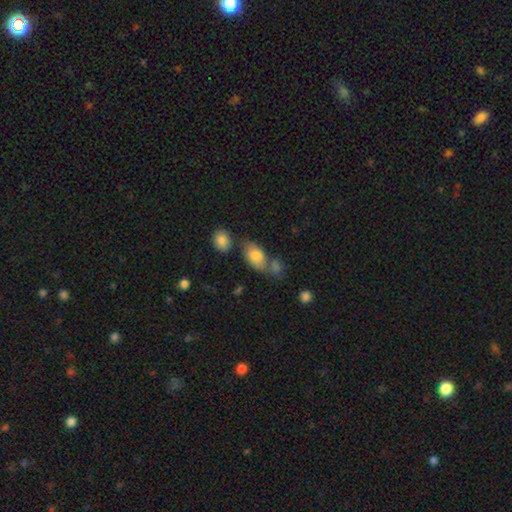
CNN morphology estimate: smooth_or_featured: smooth (p=0.79) [alt: featured or disk p=0.13]
how_rounded: in between (p=0.91) [alt: round p=0.06]
merging: none (p=0.50) [alt: merger p=0.25]